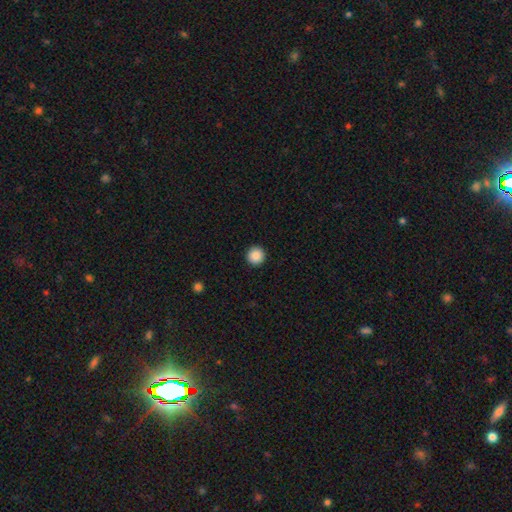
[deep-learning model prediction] Q: Smooth or featured?
A: smooth (89%); runner-up: star or artifact (9%)
Q: How rounded?
A: round (96%); runner-up: in between (3%)
Q: Merging?
A: none (93%); runner-up: minor disturbance (4%)